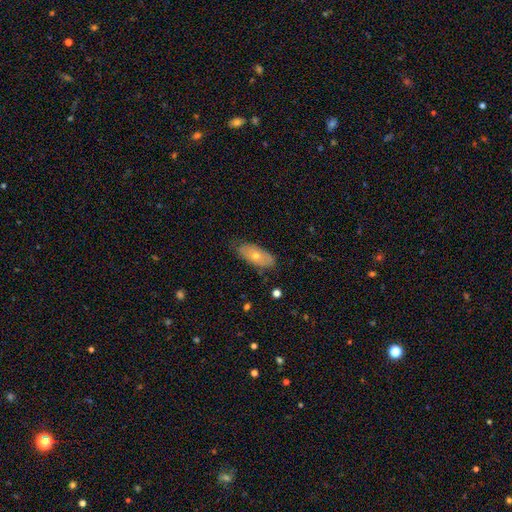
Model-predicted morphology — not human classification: This is possibly a smooth galaxy (53%). How rounded: clearly in between (80%). Merging: likely none (77%).